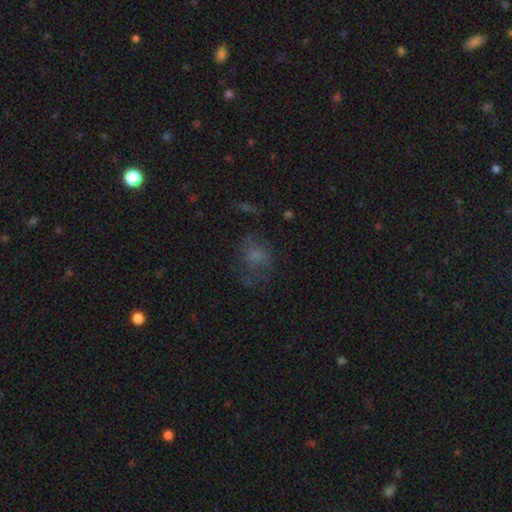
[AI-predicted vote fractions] Smooth or featured? Predicted: smooth (p=0.58). How rounded? Predicted: round (p=0.59). Merging? Predicted: none (p=0.48).